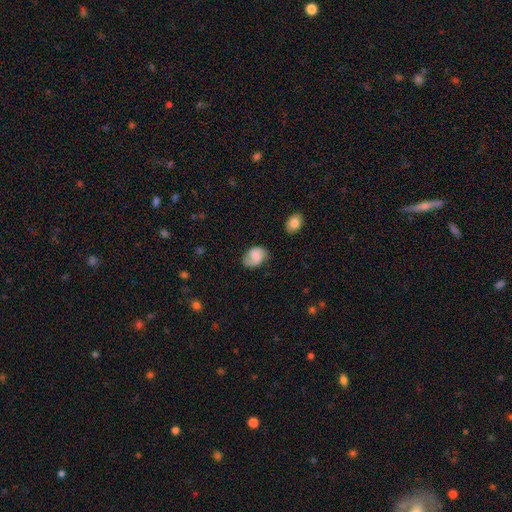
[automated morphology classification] Smooth or featured?
  - featured or disk: 52% *
  - smooth: 40%
  - star or artifact: 8%
Edge-on disk?
  - no: 97% *
  - yes: 3%
Bar?
  - weak: 45% *
  - no: 44%
  - strong: 11%
Spiral arms?
  - yes: 90% *
  - no: 10%
Bulge size?
  - none: 38% *
  - small: 25%
  - moderate: 25%
  - large: 10%
  - dominant: 2%
Merging?
  - none: 72% *
  - minor disturbance: 20%
  - major disturbance: 6%
  - merger: 2%